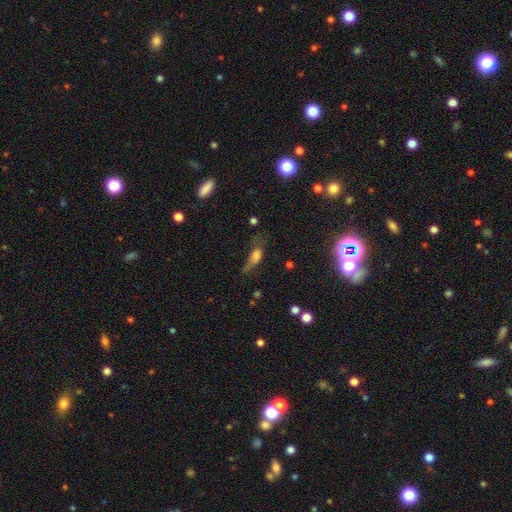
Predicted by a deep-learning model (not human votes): Morphology: type=smooth (64%); roundness=in between (64%); merging=none (35%).